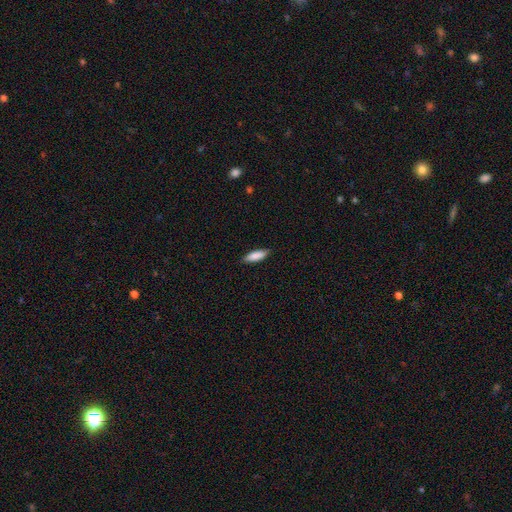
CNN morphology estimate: Q: Smooth or featured?
A: smooth (87%); runner-up: featured or disk (7%)
Q: How rounded?
A: in between (54%); runner-up: cigar-shaped (45%)
Q: Merging?
A: none (87%); runner-up: minor disturbance (10%)